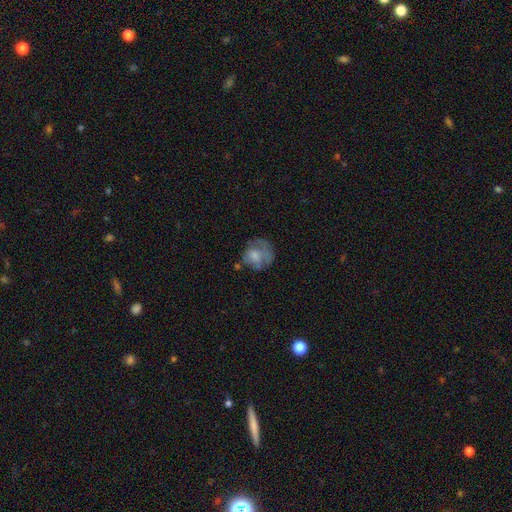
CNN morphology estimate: Smooth or featured? smooth (58%)
How rounded? round (71%)
Merging? none (44%)